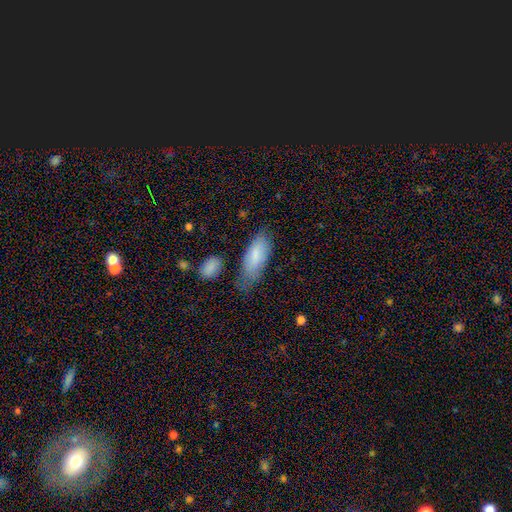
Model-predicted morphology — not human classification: A smooth galaxy with no disk features (81%) that is in between round and cigar-shaped (79%). Merging: none (57%).